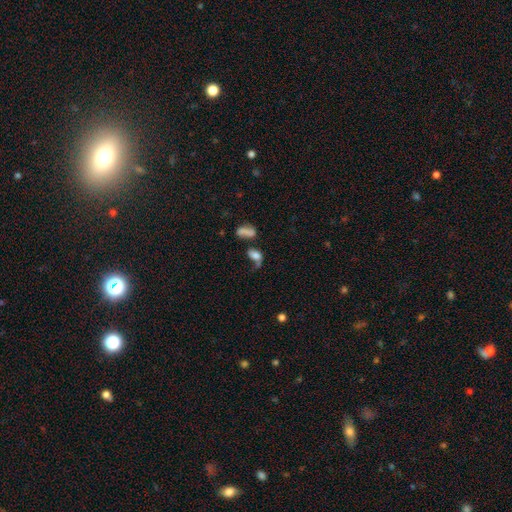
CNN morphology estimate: type=smooth (62%); roundness=in between (77%); merging=merger (30%).